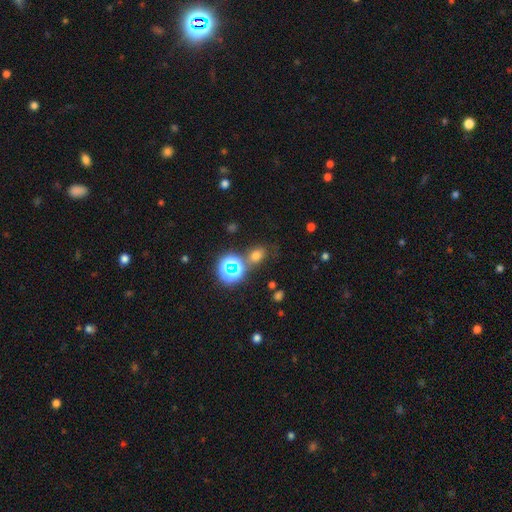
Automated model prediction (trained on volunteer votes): Q: Smooth or featured?
A: smooth (62%); runner-up: star or artifact (29%)
Q: How rounded?
A: in between (50%); runner-up: round (48%)
Q: Merging?
A: none (70%); runner-up: minor disturbance (14%)